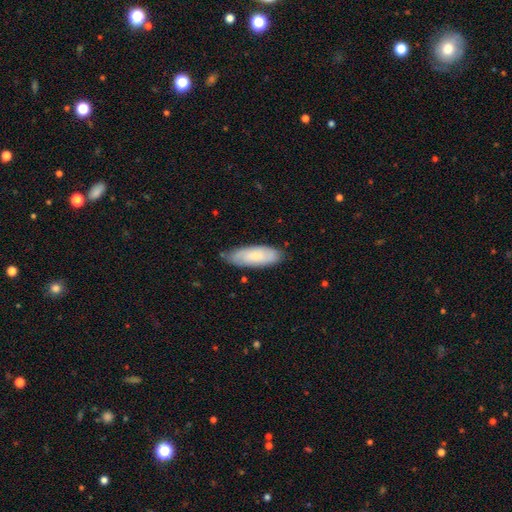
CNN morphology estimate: Smooth or featured? Predicted: smooth (p=0.71). How rounded? Predicted: in between (p=0.69). Merging? Predicted: none (p=0.80).